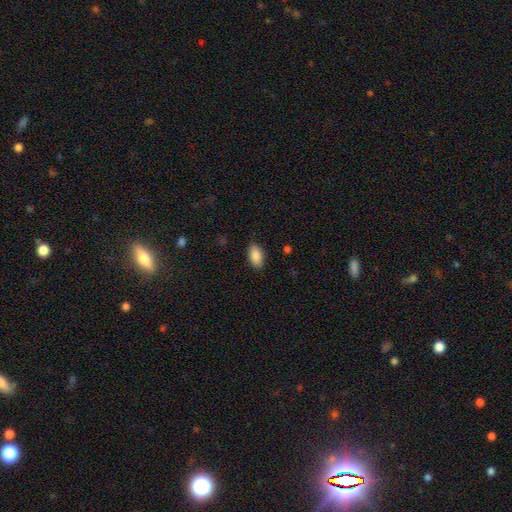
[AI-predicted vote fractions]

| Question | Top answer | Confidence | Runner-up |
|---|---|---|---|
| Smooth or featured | smooth | 88% | star or artifact (7%) |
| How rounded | in between | 93% | cigar-shaped (4%) |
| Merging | none | 87% | minor disturbance (9%) |